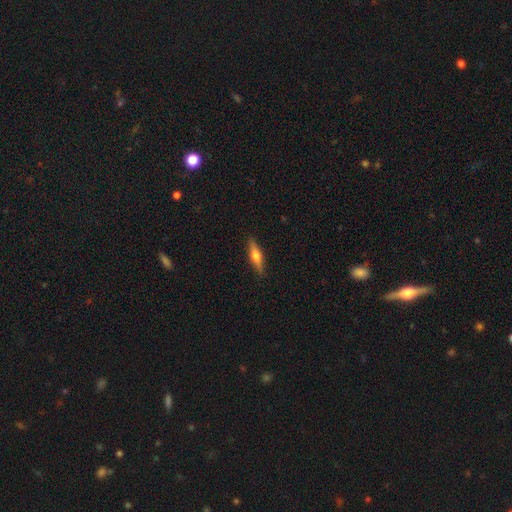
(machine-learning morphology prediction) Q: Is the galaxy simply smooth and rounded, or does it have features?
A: featured or disk — 55%.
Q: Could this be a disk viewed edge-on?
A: yes — 95%.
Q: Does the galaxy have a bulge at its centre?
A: rounded — 92%.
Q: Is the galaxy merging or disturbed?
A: none — 90%.